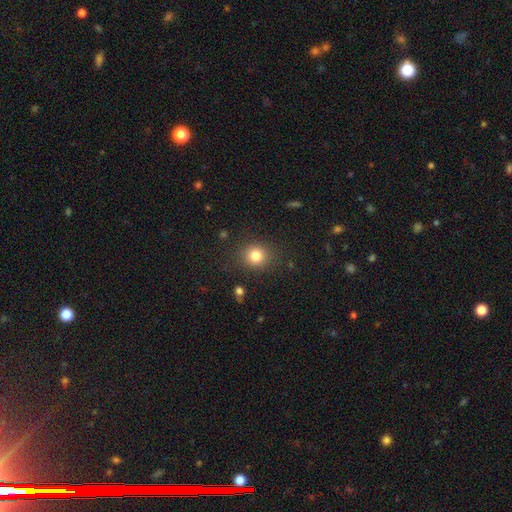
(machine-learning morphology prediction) smooth_or_featured: smooth (p=0.81) [alt: star or artifact p=0.12]
how_rounded: round (p=0.82) [alt: in between p=0.17]
merging: none (p=0.86) [alt: minor disturbance p=0.09]